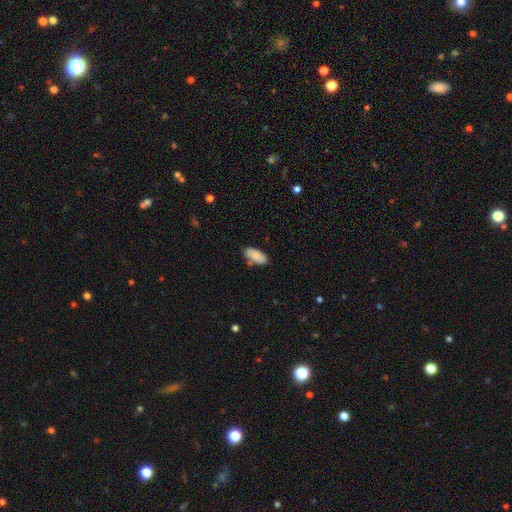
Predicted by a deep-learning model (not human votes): This is clearly a smooth galaxy (86%). How rounded: clearly in between (89%). Merging: likely none (76%).